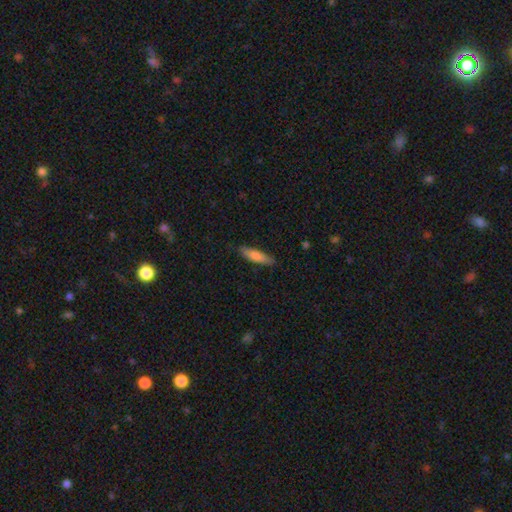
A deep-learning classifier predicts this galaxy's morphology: type=smooth (78%); roundness=cigar-shaped (70%); merging=none (84%).